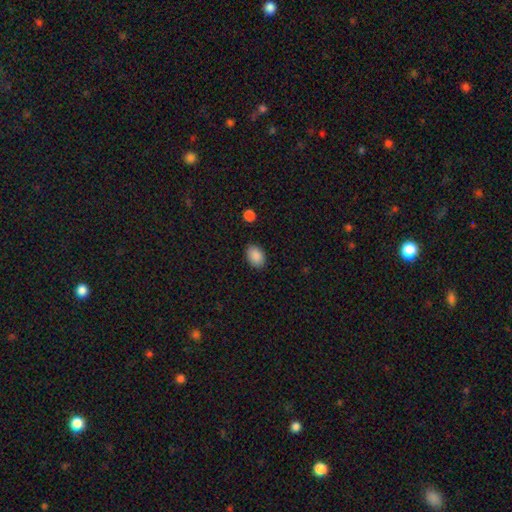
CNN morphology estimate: This is clearly a smooth galaxy (89%). How rounded: clearly in between (83%). Merging: clearly none (87%).